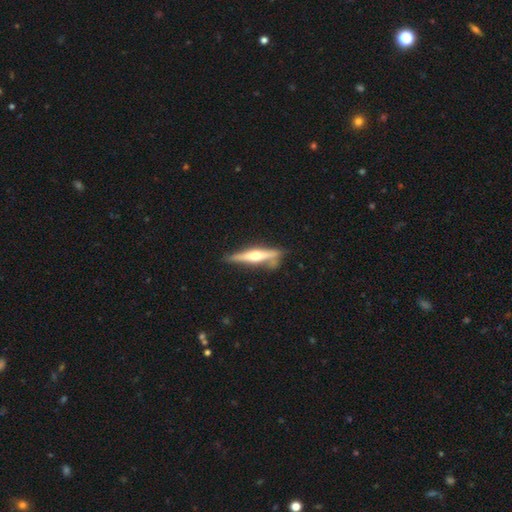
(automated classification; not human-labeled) featured or disk 65%, smooth 30%, star or artifact 5%. Down the decision tree: edge-on disk — yes (96%); edge-on bulge — rounded (91%); merging — none (75%).